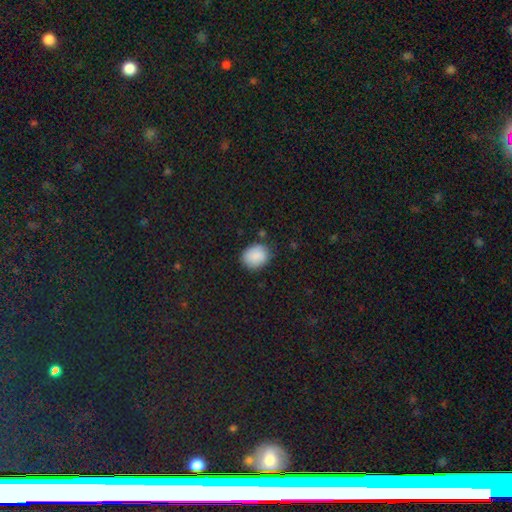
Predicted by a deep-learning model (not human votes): This is clearly a smooth galaxy (87%). How rounded: possibly round (54%). Merging: clearly none (80%).